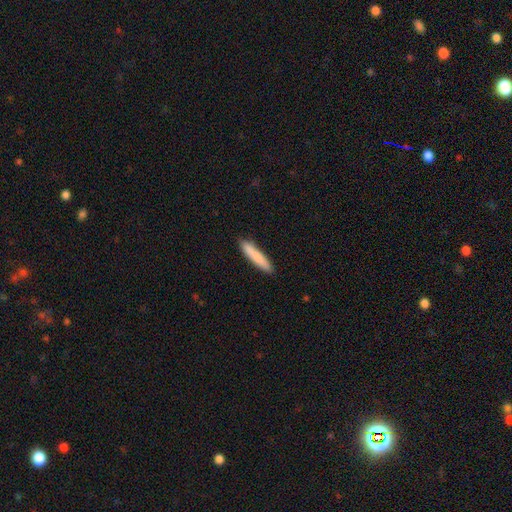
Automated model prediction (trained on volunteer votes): Smooth or featured? smooth (83%)
How rounded? cigar-shaped (90%)
Merging? none (88%)